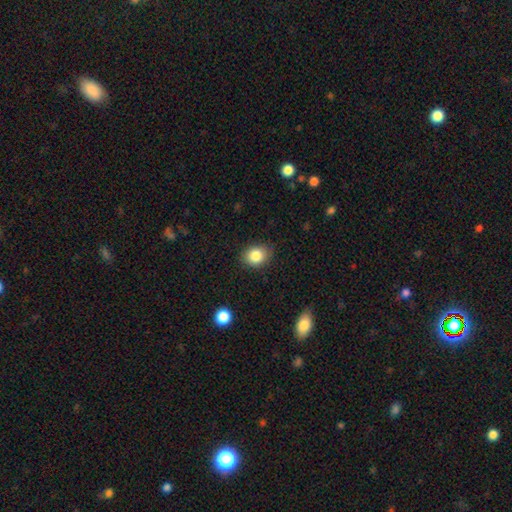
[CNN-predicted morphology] smooth 84%, star or artifact 9%, featured or disk 6%. Down the decision tree: how rounded — round (53%); merging — none (86%).